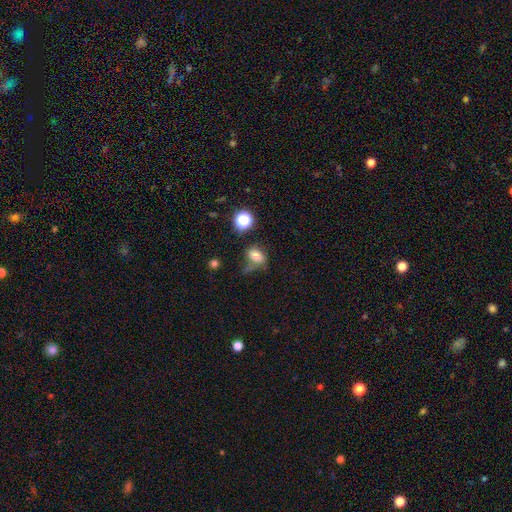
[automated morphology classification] smooth_or_featured: smooth (p=0.72) [alt: star or artifact p=0.16]
how_rounded: in between (p=0.78) [alt: round p=0.20]
merging: none (p=0.49) [alt: minor disturbance p=0.25]